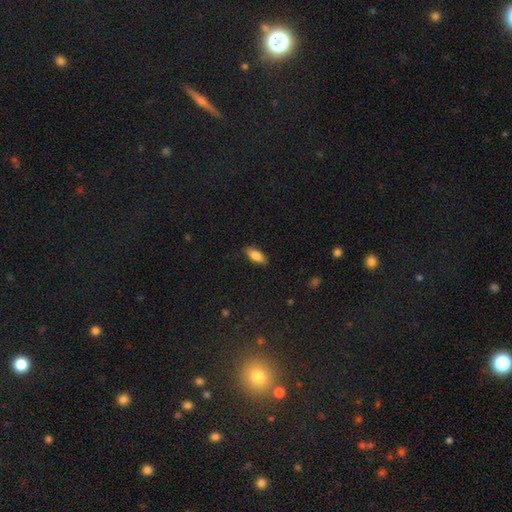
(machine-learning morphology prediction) Smooth or featured: smooth — 82% (featured or disk — 11%)
How rounded: in between — 82% (cigar-shaped — 16%)
Merging: none — 86% (minor disturbance — 11%)